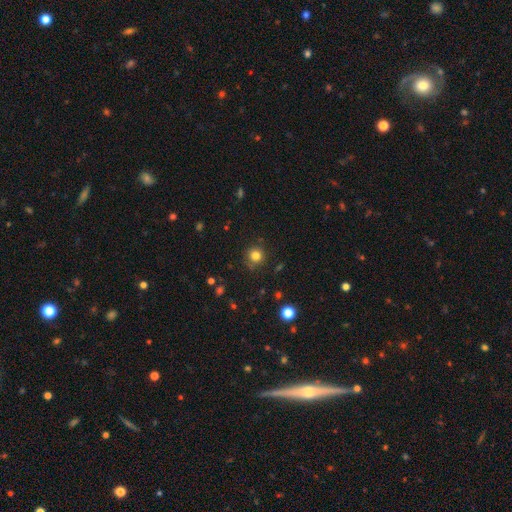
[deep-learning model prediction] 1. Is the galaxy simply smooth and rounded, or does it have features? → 80% smooth, 14% star or artifact, 6% featured or disk.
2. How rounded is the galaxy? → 91% round, 8% in between, 1% cigar-shaped.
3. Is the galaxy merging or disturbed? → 81% none, 13% minor disturbance, 4% major disturbance, 2% merger.